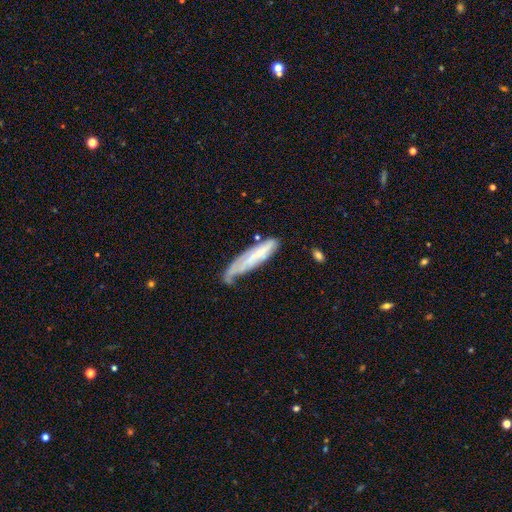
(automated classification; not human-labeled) Smooth or featured? Predicted: featured or disk (p=0.48). Merging? Predicted: none (p=0.42).